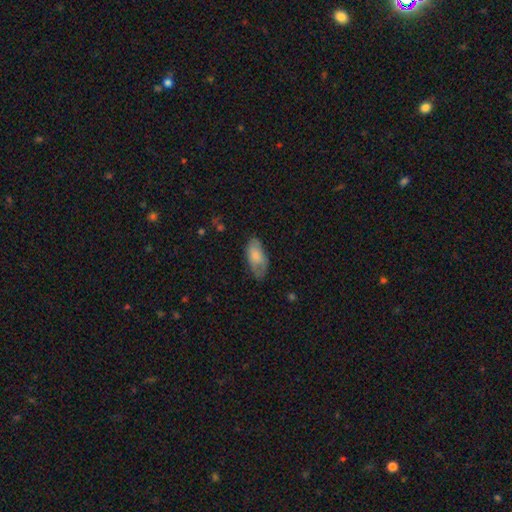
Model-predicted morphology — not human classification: The model was most divided on "merging": none: 63%, minor disturbance: 27%, major disturbance: 8%, merger: 1%. More confident: how rounded — in between (92%); smooth or featured — smooth (73%).